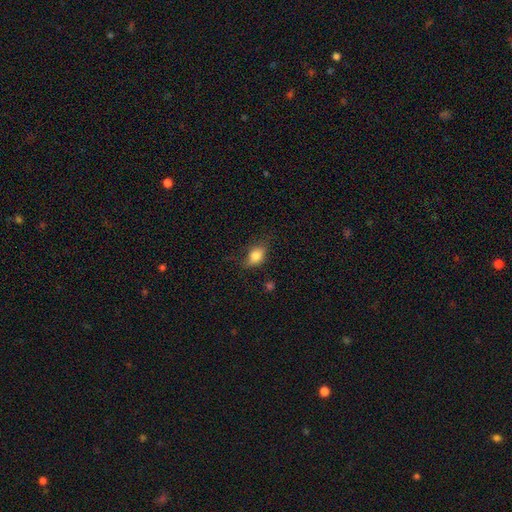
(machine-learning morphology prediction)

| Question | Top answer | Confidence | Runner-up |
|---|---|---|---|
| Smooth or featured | smooth | 82% | featured or disk (10%) |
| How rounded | in between | 77% | round (20%) |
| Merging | none | 61% | minor disturbance (27%) |